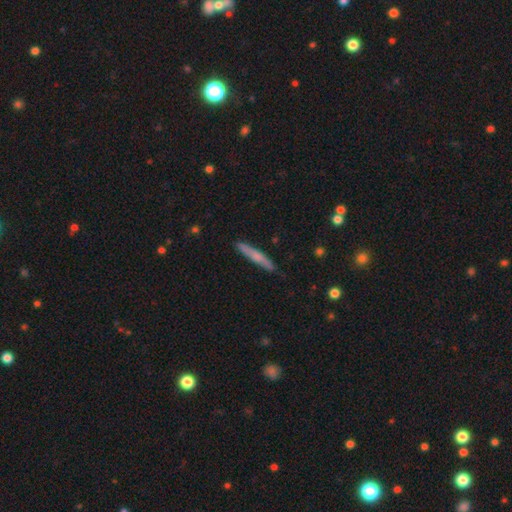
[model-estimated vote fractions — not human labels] smooth-or-featured: smooth: 58% | featured or disk: 36% | star or artifact: 6%
  how-rounded: cigar-shaped: 95% | in between: 4% | round: 1%
  merging: none: 87% | minor disturbance: 10% | major disturbance: 2% | merger: 1%